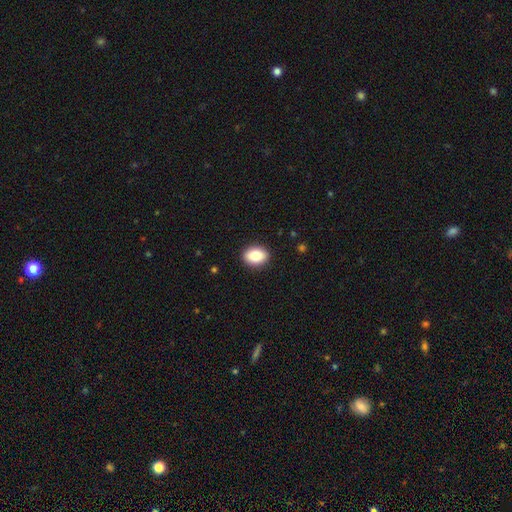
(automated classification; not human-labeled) This is clearly a smooth galaxy (83%). How rounded: likely in between (67%). Merging: clearly none (90%).